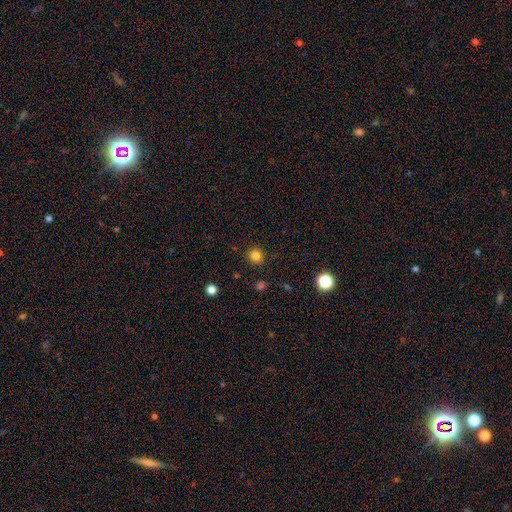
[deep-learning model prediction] Smooth or featured? smooth (83%)
How rounded? round (93%)
Merging? none (91%)